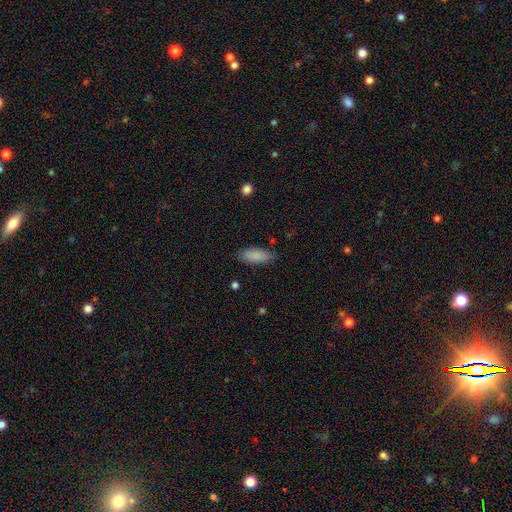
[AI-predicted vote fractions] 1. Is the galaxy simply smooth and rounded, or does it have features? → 88% smooth, 7% star or artifact, 6% featured or disk.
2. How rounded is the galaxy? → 81% in between, 17% cigar-shaped, 2% round.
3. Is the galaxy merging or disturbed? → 82% none, 14% minor disturbance, 3% major disturbance, 1% merger.